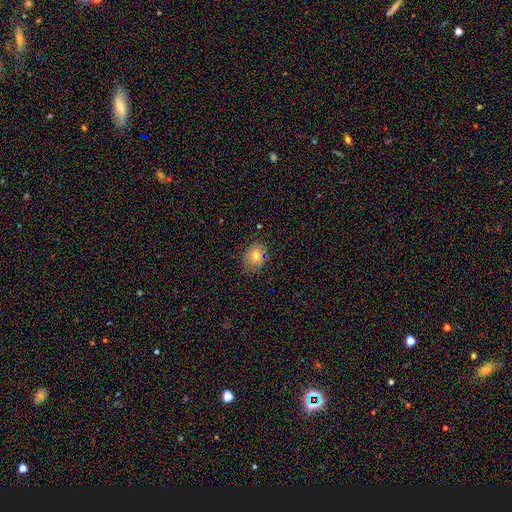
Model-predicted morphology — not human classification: smooth 72%, star or artifact 15%, featured or disk 13%. Down the decision tree: how rounded — round (61%); merging — none (83%).